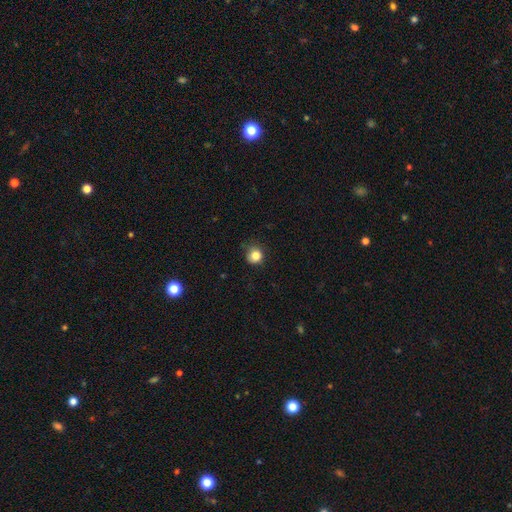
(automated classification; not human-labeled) Smooth or featured: smooth — 83% (star or artifact — 12%)
How rounded: round — 90% (in between — 9%)
Merging: none — 77% (minor disturbance — 18%)